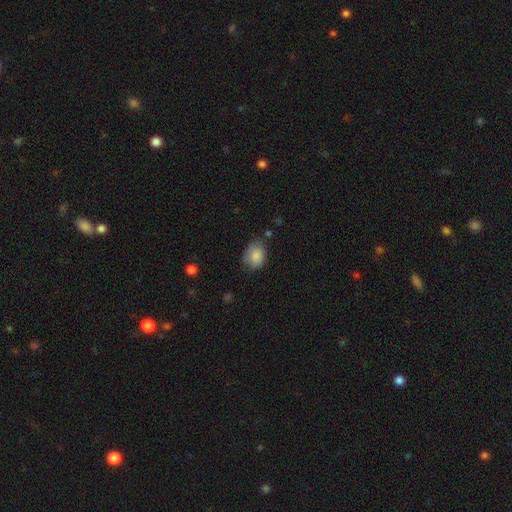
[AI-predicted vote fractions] Smooth or featured: smooth — 85% (star or artifact — 8%)
How rounded: in between — 62% (round — 37%)
Merging: none — 61% (minor disturbance — 29%)